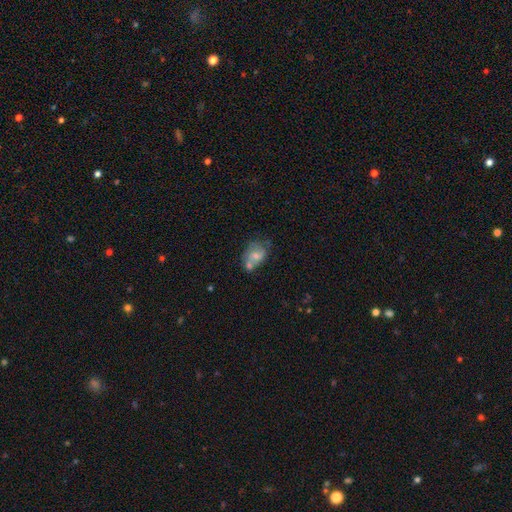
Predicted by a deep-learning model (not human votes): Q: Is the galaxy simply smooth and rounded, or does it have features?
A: smooth — 48%.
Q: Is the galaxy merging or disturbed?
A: merger — 35%.